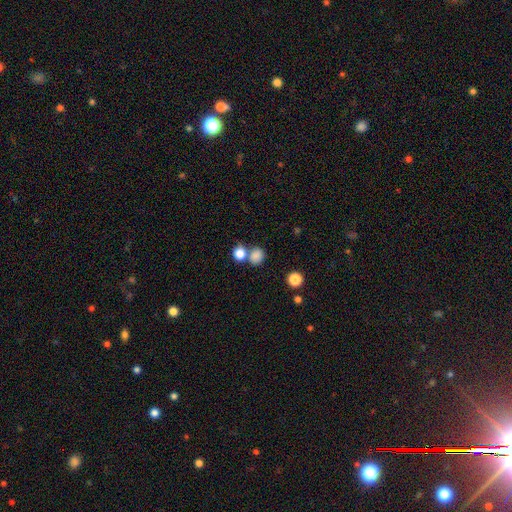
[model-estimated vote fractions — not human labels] smooth-or-featured: smooth: 82% | star or artifact: 12% | featured or disk: 6%
  how-rounded: round: 74% | in between: 25% | cigar-shaped: 1%
  merging: none: 55% | merger: 31% | minor disturbance: 10% | major disturbance: 4%